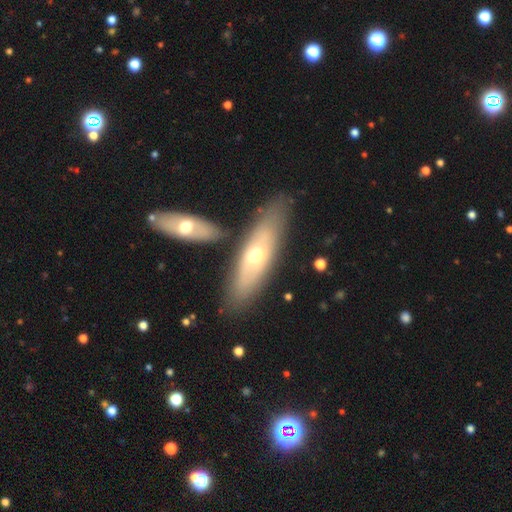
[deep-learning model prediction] Smooth or featured: featured or disk — 47% (smooth — 46%)
Merging: none — 72% (minor disturbance — 13%)